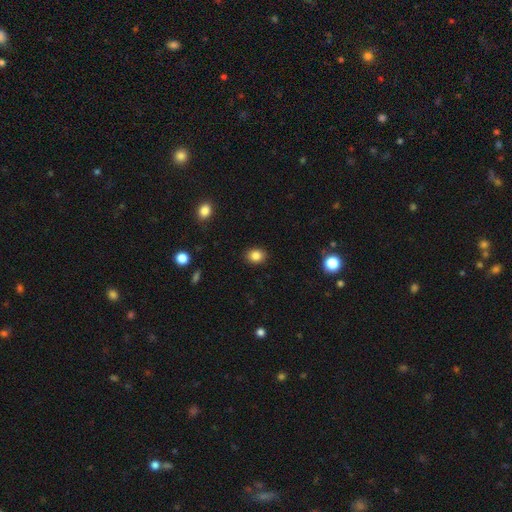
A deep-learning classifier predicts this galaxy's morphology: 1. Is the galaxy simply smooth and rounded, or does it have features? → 85% smooth, 10% star or artifact, 5% featured or disk.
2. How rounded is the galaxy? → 53% round, 46% in between, 1% cigar-shaped.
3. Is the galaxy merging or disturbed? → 90% none, 7% minor disturbance, 2% major disturbance, 1% merger.